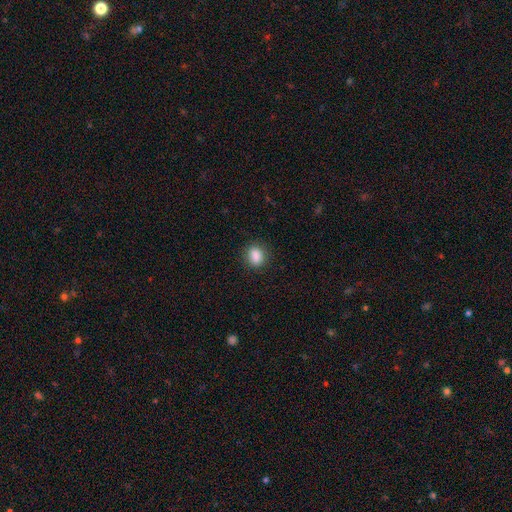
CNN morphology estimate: Smooth or featured: smooth — 87% (star or artifact — 9%)
How rounded: in between — 52% (round — 46%)
Merging: none — 86% (minor disturbance — 10%)